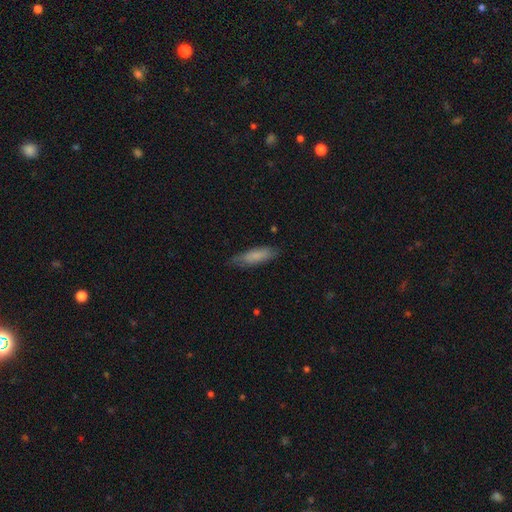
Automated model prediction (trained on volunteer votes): Morphology: type=smooth (77%); roundness=cigar-shaped (53%); merging=none (74%).